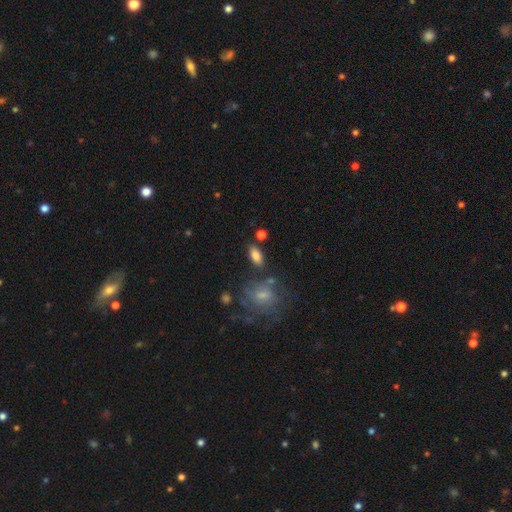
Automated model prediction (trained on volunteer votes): A smooth galaxy with no disk features (82%) that is in between round and cigar-shaped (85%).

Vote fractions:
- Smooth or featured? smooth: 82% / featured or disk: 10% / star or artifact: 8%
- How rounded? in between: 85% / cigar-shaped: 10% / round: 5%
- Merging? none: 78% / minor disturbance: 12% / merger: 6% / major disturbance: 4%